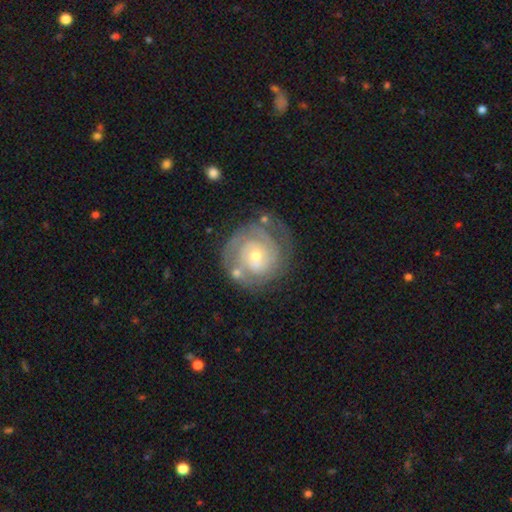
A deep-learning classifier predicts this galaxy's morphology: smooth-or-featured: featured or disk: 83% | smooth: 12% | star or artifact: 5%
  disk-edge-on: no: 98% | yes: 2%
    bar: no: 72% | weak: 23% | strong: 5%
    has-spiral-arms: yes: 93% | no: 7%
      spiral-winding: tight: 75% | medium: 20% | loose: 5%
      spiral-arm-count: 2: 43% | can't tell: 27% | 3: 16% | 1: 6% | 4: 5% | more than 4: 4%
    bulge-size: small: 57% | moderate: 39% | large: 2% | none: 1% | dominant: 1%
  merging: none: 69% | minor disturbance: 17% | major disturbance: 8% | merger: 6%